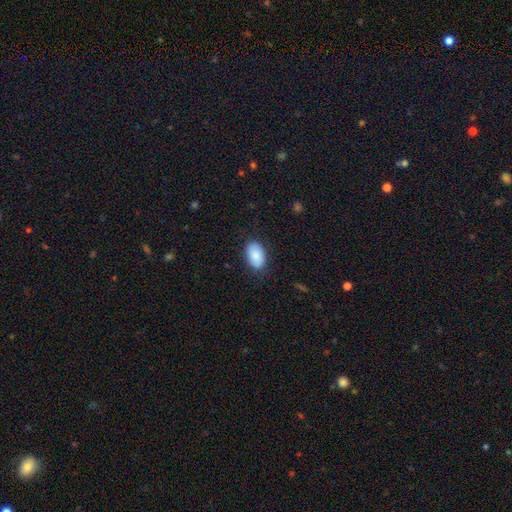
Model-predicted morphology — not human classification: Smooth or featured? Predicted: smooth (p=0.86). How rounded? Predicted: in between (p=0.92). Merging? Predicted: none (p=0.82).